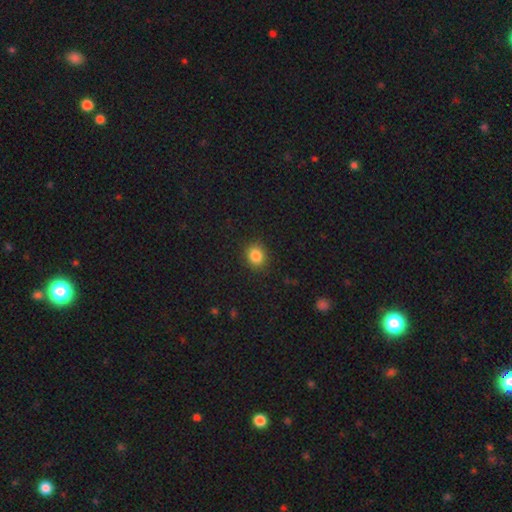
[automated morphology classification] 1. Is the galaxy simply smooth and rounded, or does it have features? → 85% smooth, 11% star or artifact, 4% featured or disk.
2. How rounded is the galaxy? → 75% round, 24% in between, 1% cigar-shaped.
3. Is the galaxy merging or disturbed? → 89% none, 7% minor disturbance, 2% major disturbance, 1% merger.